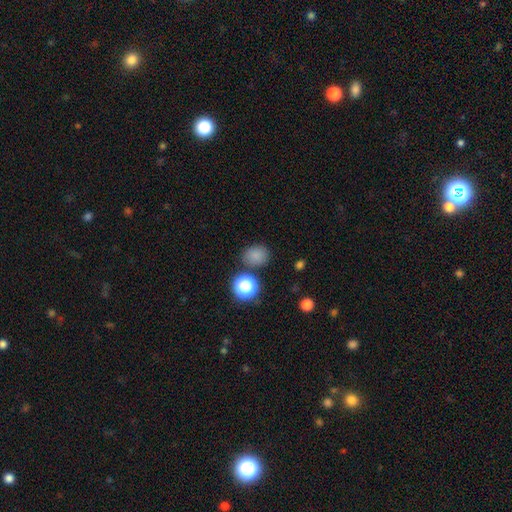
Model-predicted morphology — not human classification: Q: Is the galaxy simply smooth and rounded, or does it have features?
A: smooth — 78%.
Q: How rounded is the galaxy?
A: round — 61%.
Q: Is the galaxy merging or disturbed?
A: none — 76%.